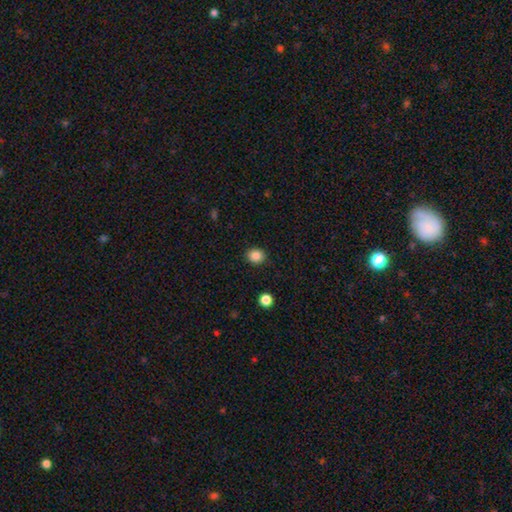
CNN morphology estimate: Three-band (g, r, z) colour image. It shows a smooth galaxy with no disk features (86%) that is round (75%). Merging: none (90%).